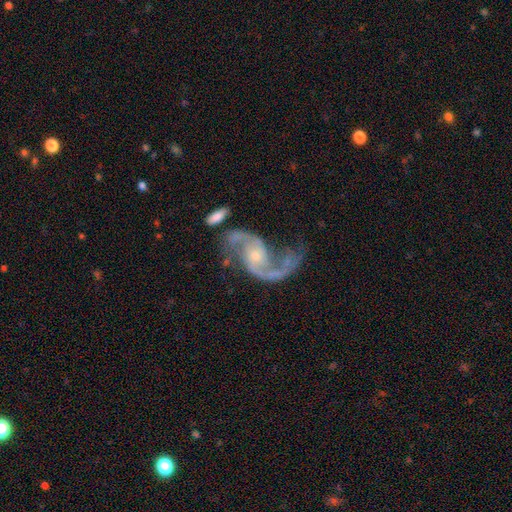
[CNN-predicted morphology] The model was most divided on "merging": none: 49%, major disturbance: 21%, minor disturbance: 18%, merger: 12%. More confident: edge-on disk — no (98%); spiral arms — yes (97%); smooth or featured — featured or disk (91%); spiral arm count — 2 (90%); spiral winding — loose (63%); bulge size — small (62%); bar — no (61%).